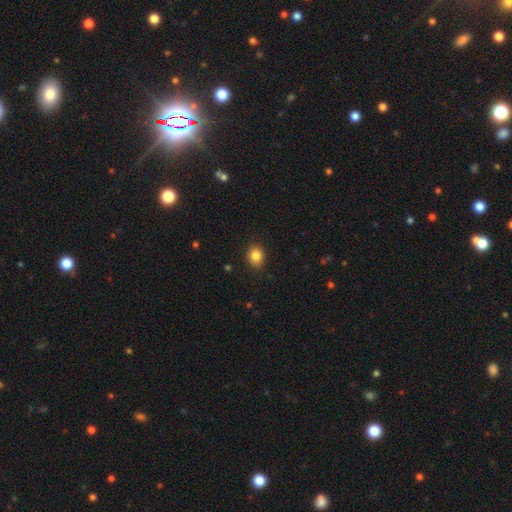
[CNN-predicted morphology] Smooth or featured: smooth — 85% (star or artifact — 10%)
How rounded: round — 63% (in between — 36%)
Merging: none — 88% (minor disturbance — 8%)